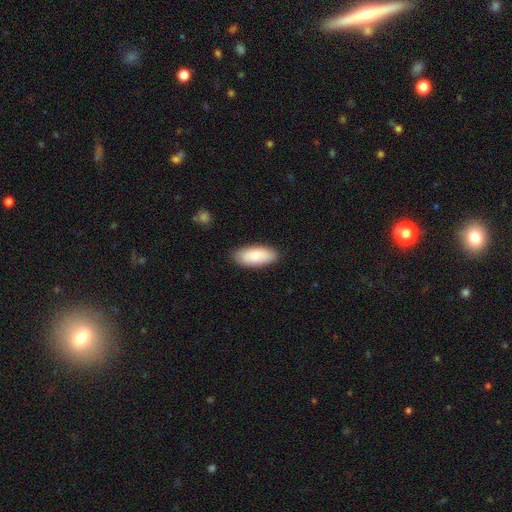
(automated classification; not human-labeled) Q: Smooth or featured?
A: smooth (85%); runner-up: featured or disk (9%)
Q: How rounded?
A: in between (88%); runner-up: cigar-shaped (10%)
Q: Merging?
A: none (85%); runner-up: minor disturbance (12%)